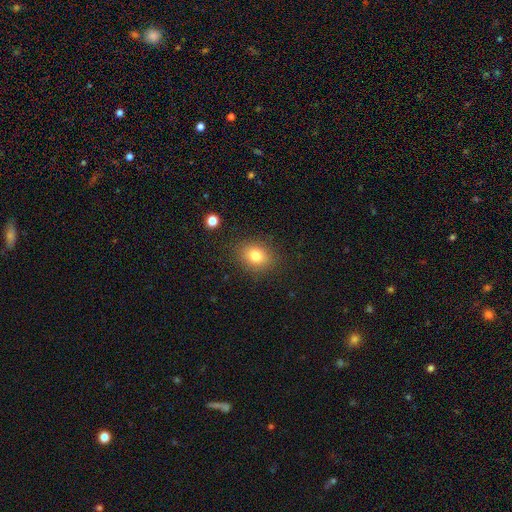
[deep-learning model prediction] Smooth or featured? Predicted: smooth (p=0.80). How rounded? Predicted: in between (p=0.52). Merging? Predicted: none (p=0.84).